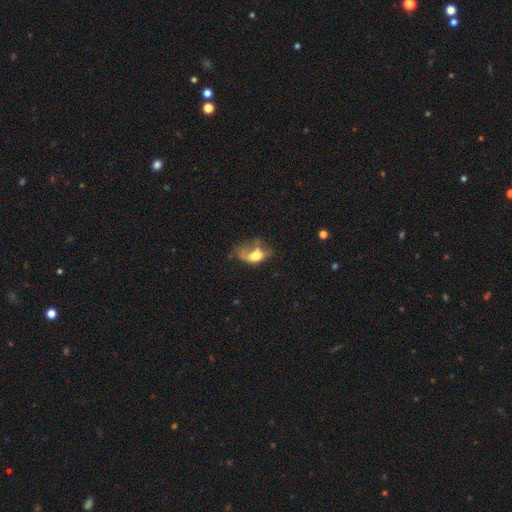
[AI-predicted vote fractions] smooth_or_featured: smooth (p=0.58) [alt: featured or disk p=0.32]
how_rounded: in between (p=0.81) [alt: round p=0.15]
merging: major disturbance (p=0.46) [alt: minor disturbance p=0.22]